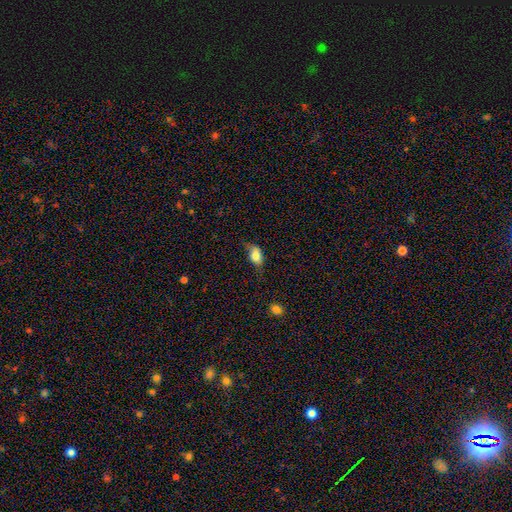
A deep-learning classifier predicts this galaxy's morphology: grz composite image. It shows a smooth galaxy with no disk features (78%) that is in between round and cigar-shaped (84%). Merging: none (50%).